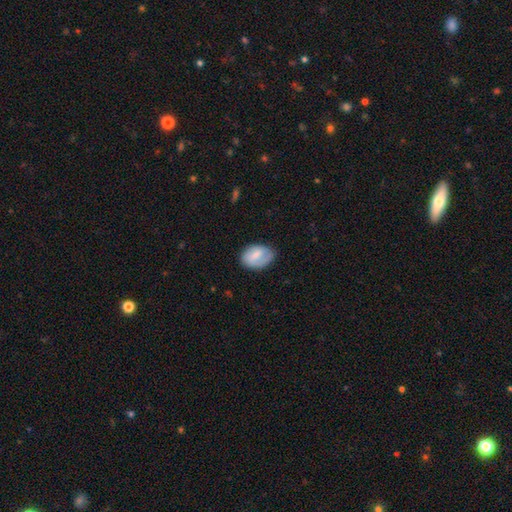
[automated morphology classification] A smooth galaxy with no disk features (66%) that is in between round and cigar-shaped (84%). Merging: none (69%).